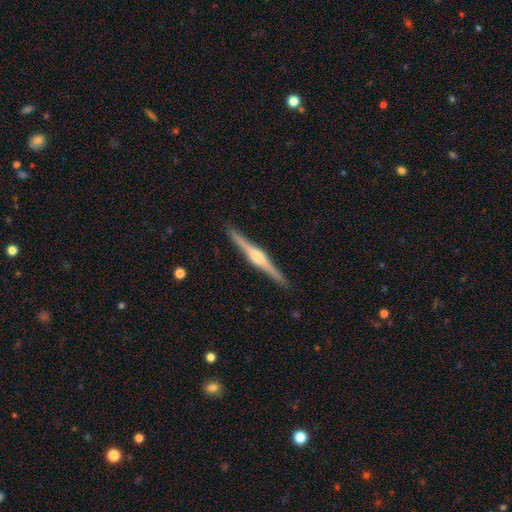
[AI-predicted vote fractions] This appears to be a featured or disk galaxy (84%) viewed edge-on (99%) with a rounded central bulge (81%). Merging: none (92%).